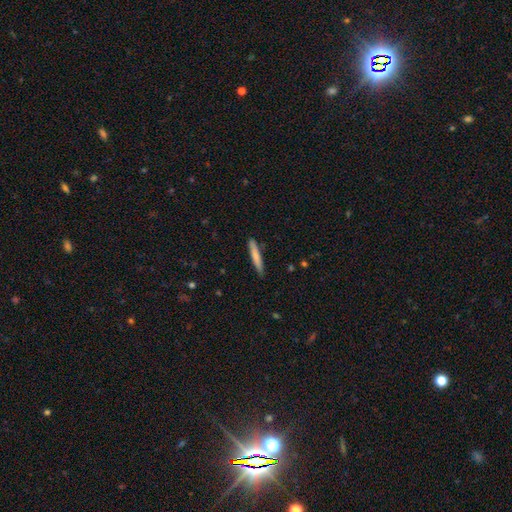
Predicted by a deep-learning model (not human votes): smooth-or-featured: smooth: 73% | featured or disk: 22% | star or artifact: 5%
  how-rounded: cigar-shaped: 94% | in between: 4% | round: 1%
  merging: none: 87% | minor disturbance: 10% | major disturbance: 2% | merger: 1%